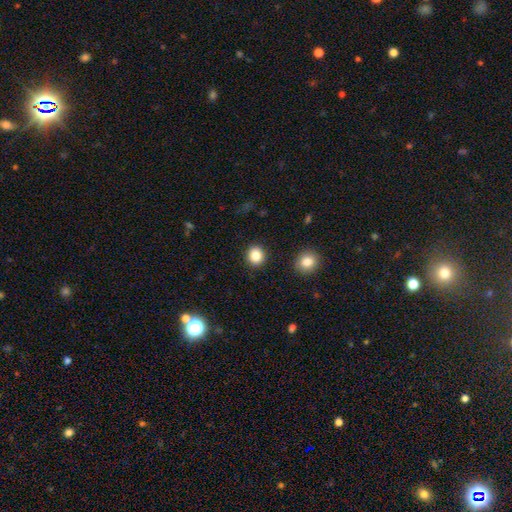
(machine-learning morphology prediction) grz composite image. It shows a smooth galaxy with no disk features (84%) that is round (84%). Merging: none (91%).